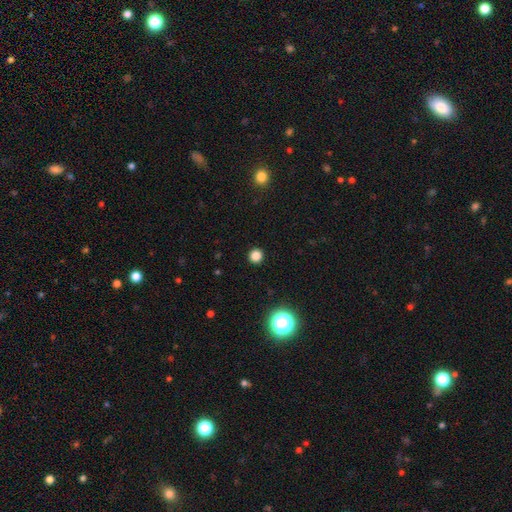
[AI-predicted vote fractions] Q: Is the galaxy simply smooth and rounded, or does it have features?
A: smooth — 82%.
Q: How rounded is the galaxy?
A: round — 94%.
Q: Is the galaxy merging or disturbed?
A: none — 93%.